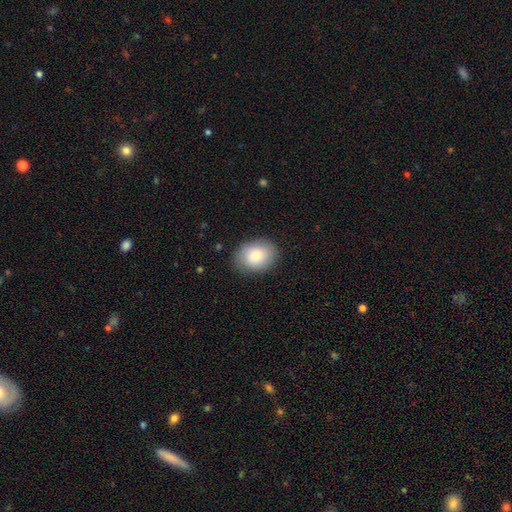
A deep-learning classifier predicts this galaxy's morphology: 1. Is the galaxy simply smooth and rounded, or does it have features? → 81% smooth, 12% featured or disk, 7% star or artifact.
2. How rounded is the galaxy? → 62% in between, 38% round, 1% cigar-shaped.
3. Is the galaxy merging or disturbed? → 83% none, 13% minor disturbance, 3% major disturbance, 1% merger.